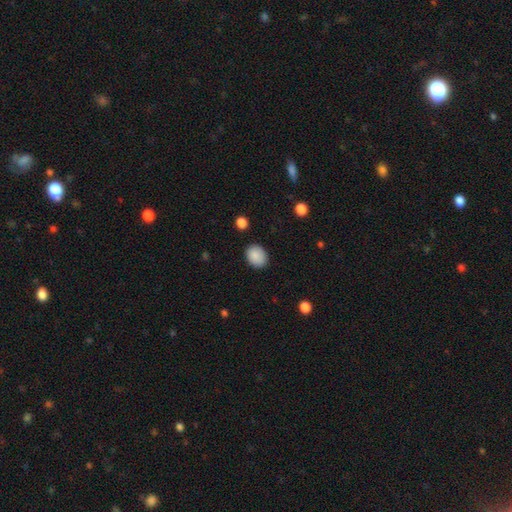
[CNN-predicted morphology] This appears to be a smooth galaxy with no disk features (88%) that is in between round and cigar-shaped (55%). Merging: none (85%).